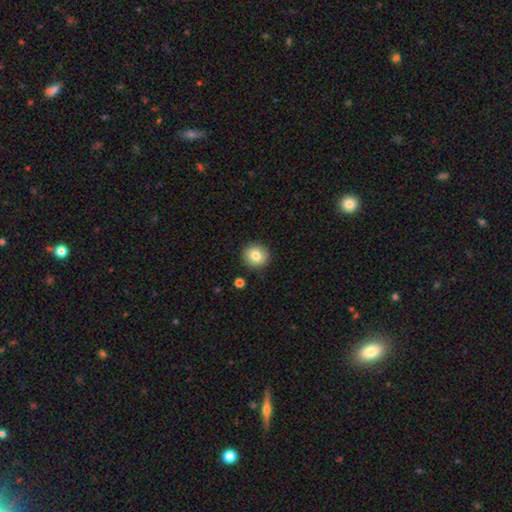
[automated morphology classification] smooth-or-featured: smooth: 81% | star or artifact: 9% | featured or disk: 9%
  how-rounded: round: 89% | in between: 10% | cigar-shaped: 1%
  merging: none: 90% | minor disturbance: 7% | major disturbance: 2% | merger: 2%